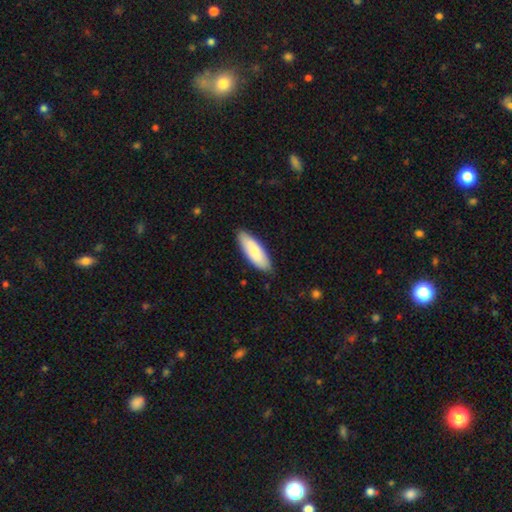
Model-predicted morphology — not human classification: The model was most divided on "how rounded": in between: 63%, cigar-shaped: 35%, round: 2%. More confident: merging — none (85%); smooth or featured — smooth (82%).